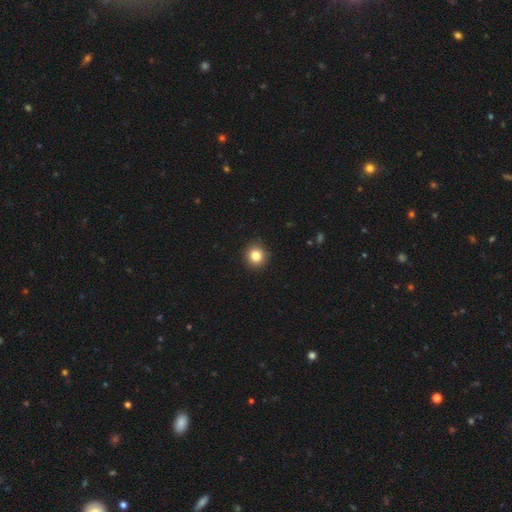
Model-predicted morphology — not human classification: The model was most divided on "smooth or featured": smooth: 83%, star or artifact: 11%, featured or disk: 6%. More confident: merging — none (91%); how rounded — round (91%).